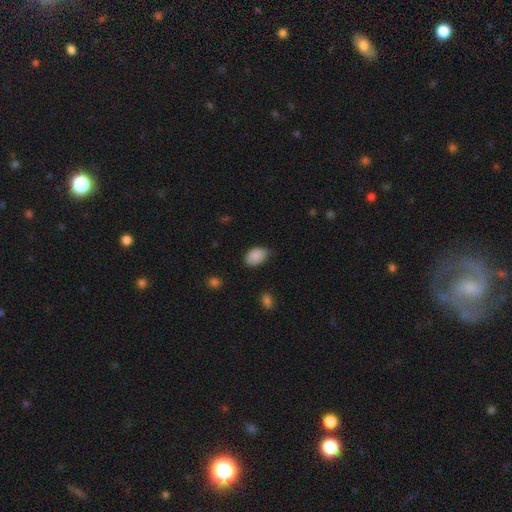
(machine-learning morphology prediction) This appears to be a smooth galaxy with no disk features (89%) that is in between round and cigar-shaped (87%). Merging: none (70%).